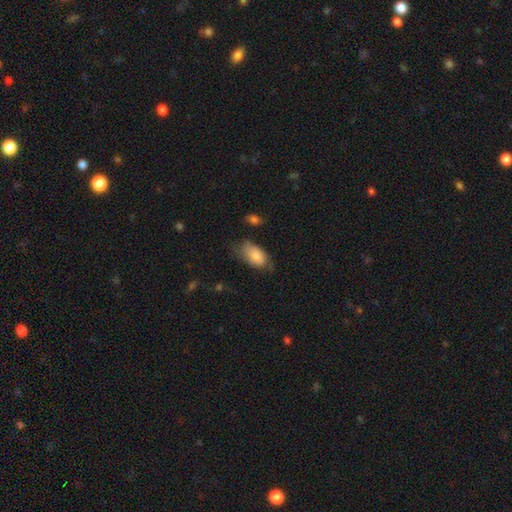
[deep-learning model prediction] The model was most divided on "merging": none: 55%, minor disturbance: 32%, major disturbance: 11%, merger: 2%. More confident: how rounded — in between (93%); smooth or featured — smooth (81%).